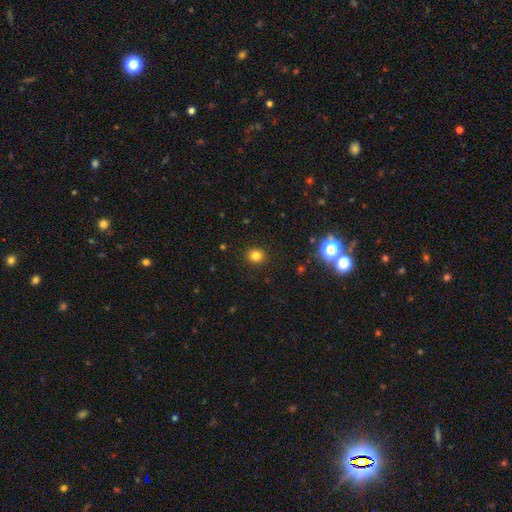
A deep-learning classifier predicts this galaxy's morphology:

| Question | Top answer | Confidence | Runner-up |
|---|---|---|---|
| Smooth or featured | smooth | 80% | star or artifact (14%) |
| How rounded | round | 81% | in between (18%) |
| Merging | none | 91% | minor disturbance (6%) |